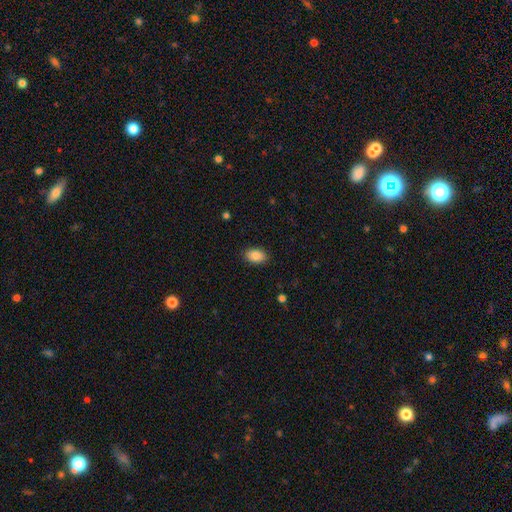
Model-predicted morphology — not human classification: Overall: smooth (88%). How rounded: in between (89%). Merging: none (88%).